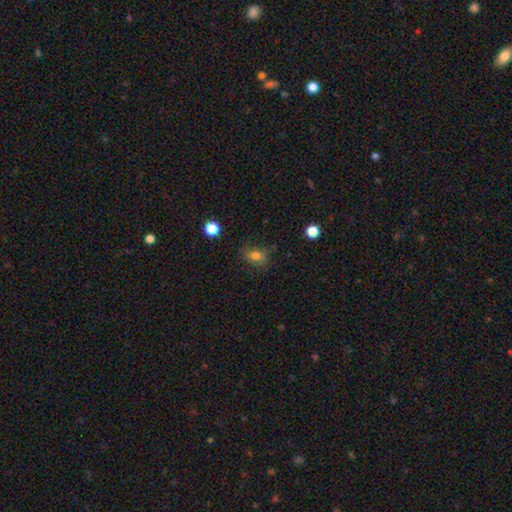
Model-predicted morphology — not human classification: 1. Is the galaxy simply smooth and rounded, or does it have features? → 75% smooth, 13% star or artifact, 12% featured or disk.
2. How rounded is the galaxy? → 64% in between, 34% round, 2% cigar-shaped.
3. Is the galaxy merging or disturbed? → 68% none, 21% minor disturbance, 9% major disturbance, 2% merger.